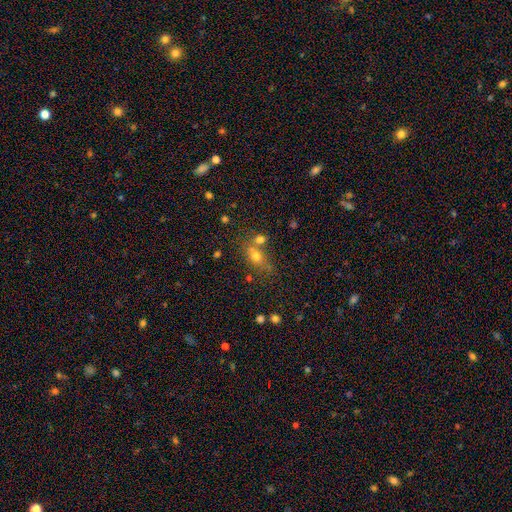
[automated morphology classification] Smooth or featured? Predicted: smooth (p=0.61). How rounded? Predicted: in between (p=0.61). Merging? Predicted: none (p=0.50).